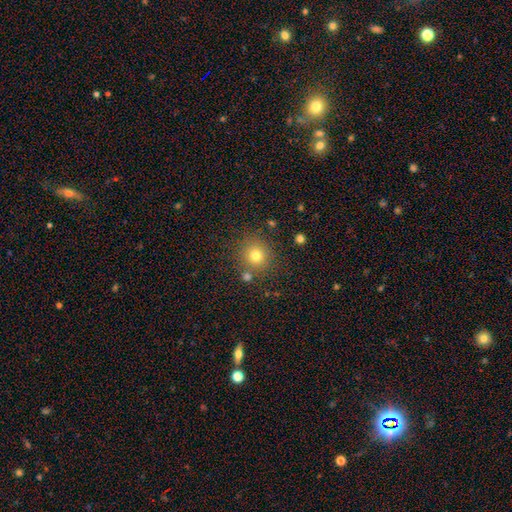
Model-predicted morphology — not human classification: Smooth or featured?
  - smooth: 75% *
  - star or artifact: 16%
  - featured or disk: 9%
How rounded?
  - round: 91% *
  - in between: 8%
  - cigar-shaped: 1%
Merging?
  - none: 80% *
  - minor disturbance: 9%
  - merger: 8%
  - major disturbance: 3%